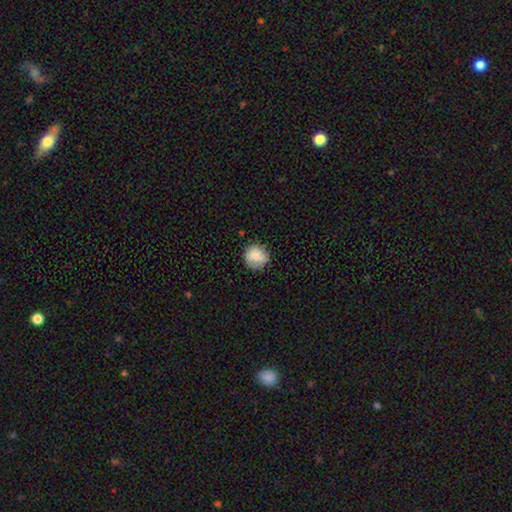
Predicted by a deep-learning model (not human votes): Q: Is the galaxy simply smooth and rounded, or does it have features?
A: smooth — 81%.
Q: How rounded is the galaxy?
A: round — 89%.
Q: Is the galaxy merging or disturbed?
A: none — 79%.